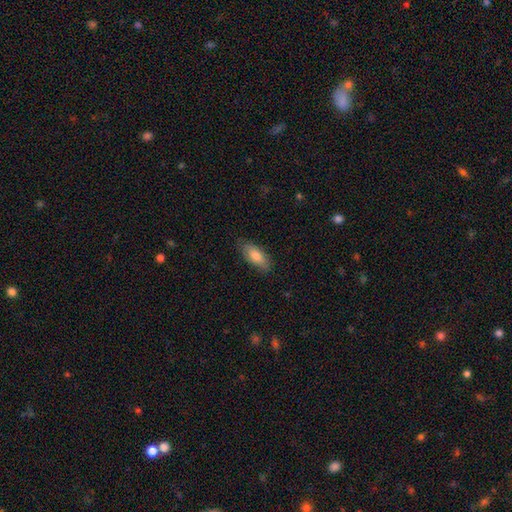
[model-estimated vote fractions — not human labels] Smooth or featured?
  - smooth: 79% *
  - featured or disk: 15%
  - star or artifact: 6%
How rounded?
  - in between: 80% *
  - cigar-shaped: 18%
  - round: 2%
Merging?
  - none: 83% *
  - minor disturbance: 13%
  - major disturbance: 3%
  - merger: 1%